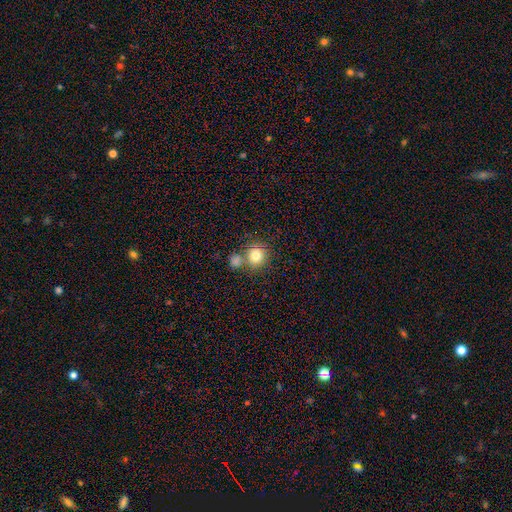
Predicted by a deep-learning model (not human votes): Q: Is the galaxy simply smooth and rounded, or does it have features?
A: smooth — 81%.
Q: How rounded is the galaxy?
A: round — 88%.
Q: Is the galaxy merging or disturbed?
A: none — 63%.